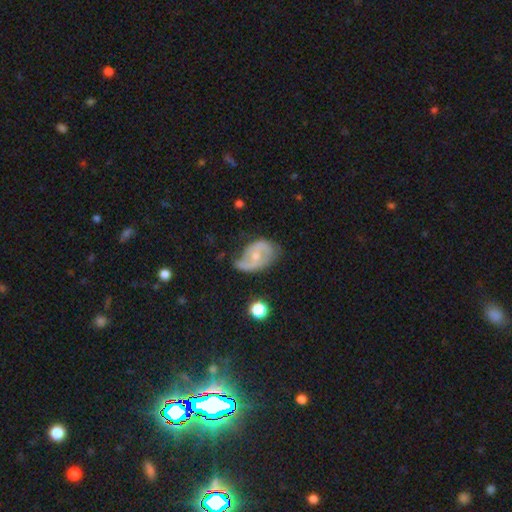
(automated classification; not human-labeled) Smooth or featured? featured or disk (71%)
Edge-on disk? no (96%)
Bar? no (55%)
Spiral arms? yes (84%)
Spiral winding? medium (41%)
Spiral arm count? 2 (79%)
Bulge size? small (52%)
Merging? none (50%)